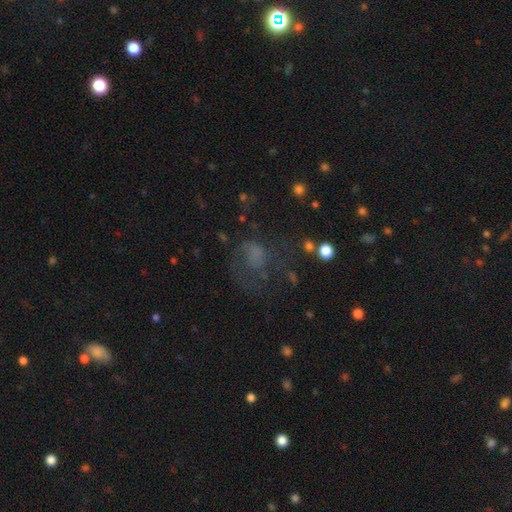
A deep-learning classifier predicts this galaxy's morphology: Smooth or featured?
  - smooth: 45% *
  - featured or disk: 34%
  - star or artifact: 21%
Merging?
  - major disturbance: 40% *
  - none: 38%
  - minor disturbance: 19%
  - merger: 4%